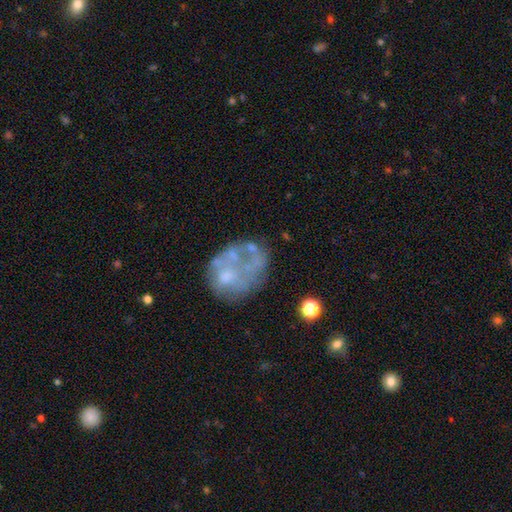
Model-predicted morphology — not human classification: The model was most divided on "merging": none: 40%, major disturbance: 25%, minor disturbance: 21%, merger: 14%. More confident: edge-on disk — no (98%); spiral arms — no (92%); bar — no (92%); bulge size — none (57%); smooth or featured — featured or disk (56%).